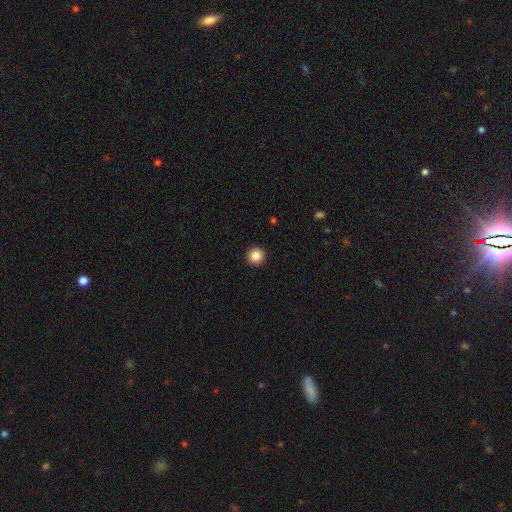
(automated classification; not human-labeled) This appears to be a smooth galaxy with no disk features (86%) that is round (96%). Merging: none (94%).